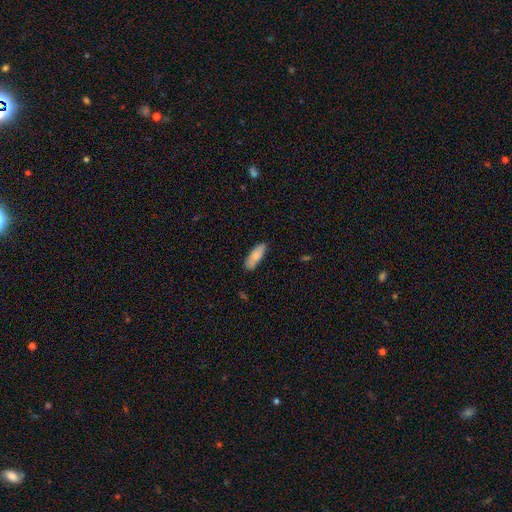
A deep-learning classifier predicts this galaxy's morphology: type=smooth (82%); roundness=in between (60%); merging=none (82%).